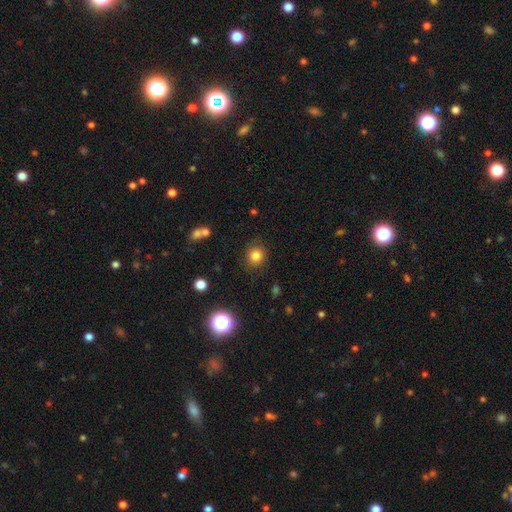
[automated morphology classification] Smooth or featured: smooth — 82% (star or artifact — 13%)
How rounded: round — 85% (in between — 14%)
Merging: none — 85% (minor disturbance — 10%)